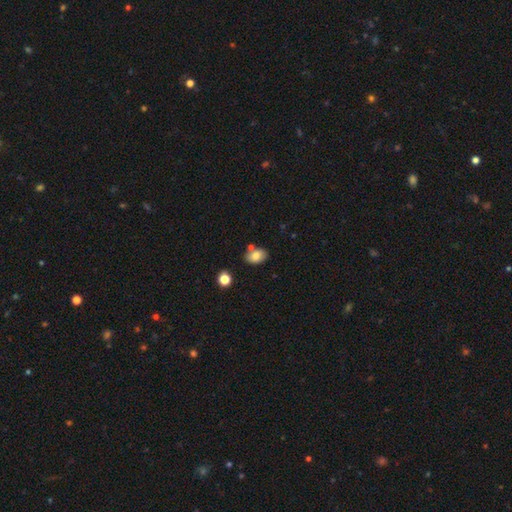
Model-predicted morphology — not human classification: Q: Smooth or featured?
A: smooth (79%); runner-up: featured or disk (12%)
Q: How rounded?
A: in between (82%); runner-up: round (16%)
Q: Merging?
A: none (71%); runner-up: minor disturbance (14%)